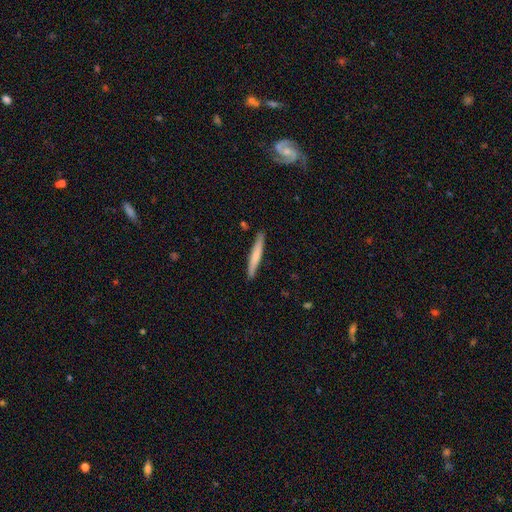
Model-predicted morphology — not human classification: A smooth galaxy with no disk features (63%) that is cigar-shaped (95%).

Vote fractions:
- Smooth or featured? smooth: 63% / featured or disk: 32% / star or artifact: 5%
- How rounded? cigar-shaped: 95% / in between: 3% / round: 1%
- Merging? none: 89% / minor disturbance: 8% / merger: 1% / major disturbance: 1%